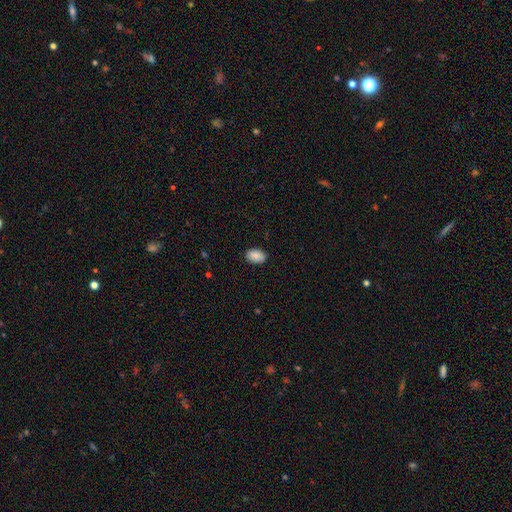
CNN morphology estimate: The model was most divided on "merging": none: 88%, minor disturbance: 9%, major disturbance: 2%, merger: 1%. More confident: how rounded — in between (90%); smooth or featured — smooth (89%).